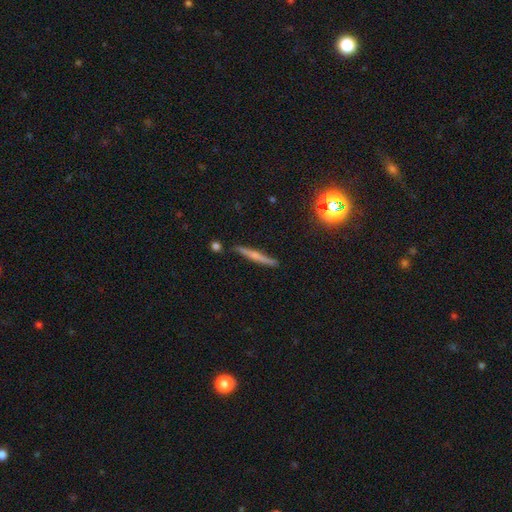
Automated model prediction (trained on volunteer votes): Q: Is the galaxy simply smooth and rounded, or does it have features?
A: featured or disk — 51%.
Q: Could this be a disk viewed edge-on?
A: yes — 96%.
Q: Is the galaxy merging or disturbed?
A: none — 87%.